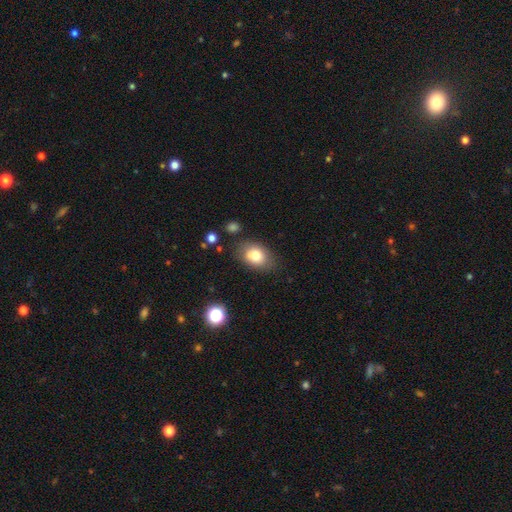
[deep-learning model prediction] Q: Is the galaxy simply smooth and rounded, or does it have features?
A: smooth — 79%.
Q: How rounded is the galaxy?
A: in between — 75%.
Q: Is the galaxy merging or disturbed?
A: none — 70%.